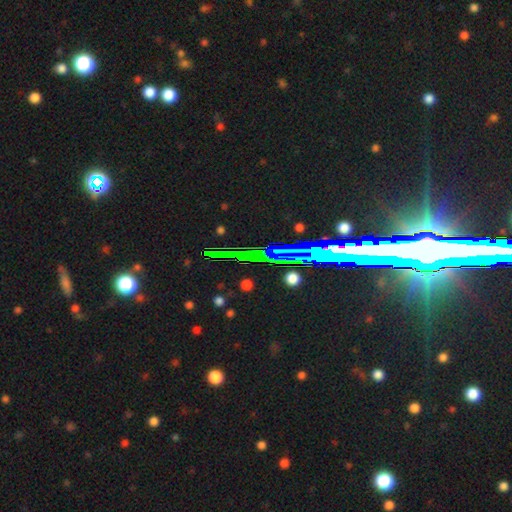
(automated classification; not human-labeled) smooth-or-featured: star or artifact: 76% | featured or disk: 15% | smooth: 9%